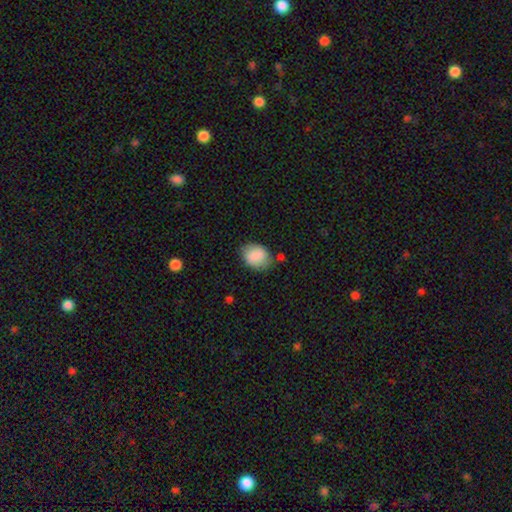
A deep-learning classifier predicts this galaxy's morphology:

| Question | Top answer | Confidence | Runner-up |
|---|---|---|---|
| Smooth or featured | smooth | 84% | featured or disk (9%) |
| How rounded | in between | 60% | round (39%) |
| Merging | none | 69% | minor disturbance (22%) |